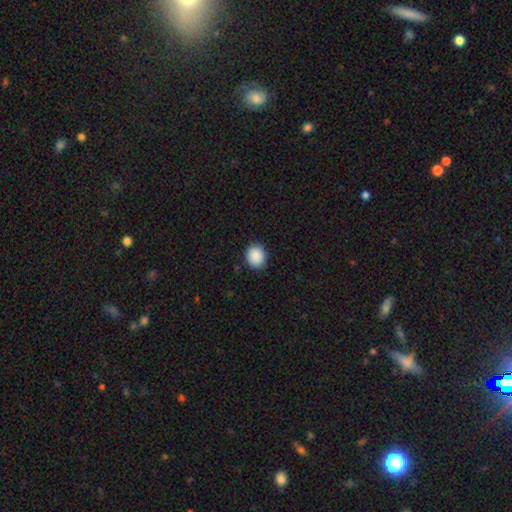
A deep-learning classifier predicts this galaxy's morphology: Smooth or featured: smooth — 89% (star or artifact — 8%)
How rounded: round — 73% (in between — 26%)
Merging: none — 88% (minor disturbance — 9%)